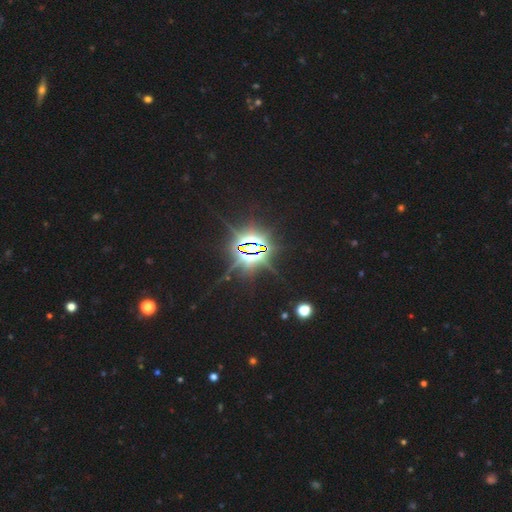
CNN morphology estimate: star or artifact 85%, featured or disk 9%, smooth 6%.